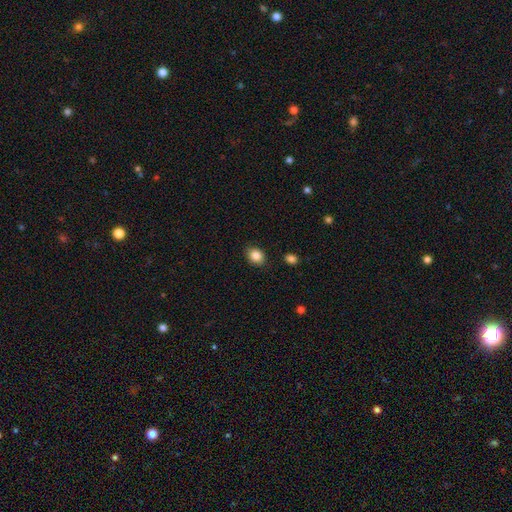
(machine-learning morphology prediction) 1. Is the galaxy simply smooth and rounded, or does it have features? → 86% smooth, 9% star or artifact, 6% featured or disk.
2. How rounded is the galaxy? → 59% in between, 40% round, 1% cigar-shaped.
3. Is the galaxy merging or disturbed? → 86% none, 10% minor disturbance, 2% major disturbance, 2% merger.